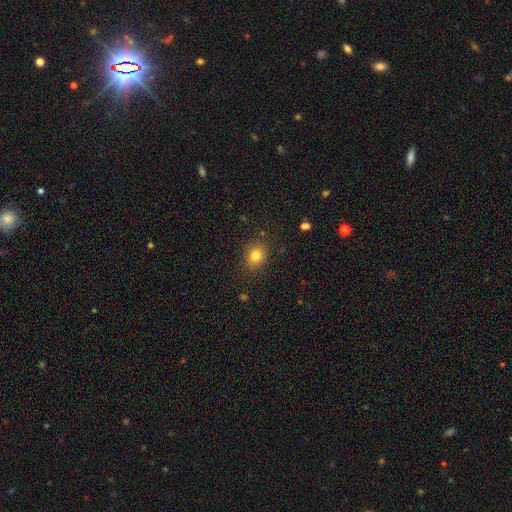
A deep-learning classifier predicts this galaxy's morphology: Overall: smooth (81%). How rounded: round (65%; in between 34%). Merging: none (86%).